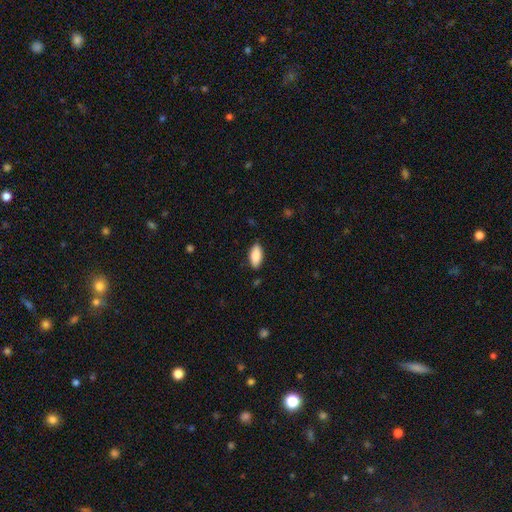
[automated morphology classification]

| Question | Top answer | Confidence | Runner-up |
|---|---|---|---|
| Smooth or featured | smooth | 86% | featured or disk (8%) |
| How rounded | in between | 88% | cigar-shaped (10%) |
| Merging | none | 86% | minor disturbance (11%) |